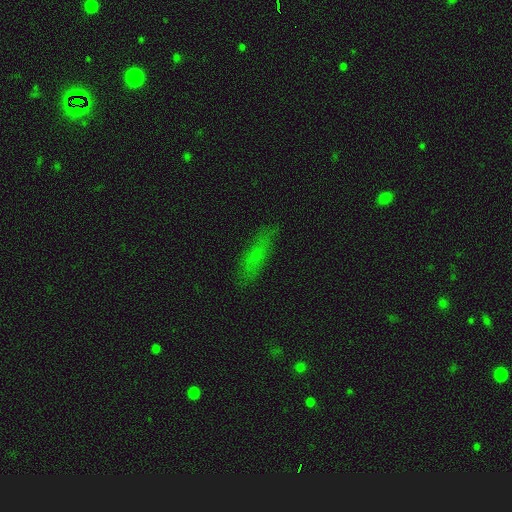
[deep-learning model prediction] A smooth galaxy with no disk features (63%) that is cigar-shaped (63%).

Vote fractions:
- Smooth or featured? smooth: 63% / featured or disk: 20% / star or artifact: 16%
- How rounded? cigar-shaped: 63% / in between: 34% / round: 3%
- Merging? none: 78% / minor disturbance: 15% / major disturbance: 5% / merger: 2%